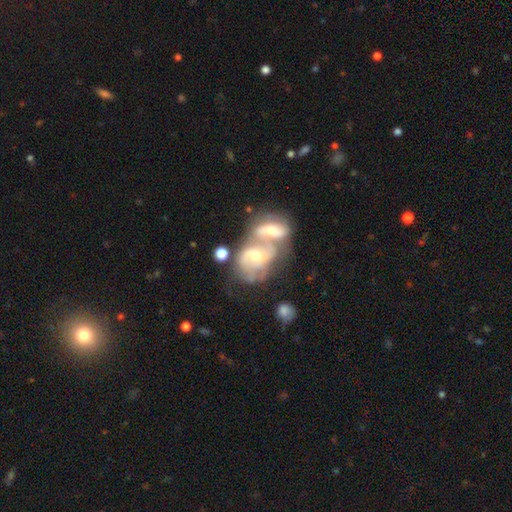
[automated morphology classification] Overall: featured or disk (69%). Edge-on disk: no (96%). Bar: no (49%; weak 38%). Spiral arms: yes (81%). Spiral arm count: 2 (65%). Spiral winding: medium (49%; loose 26%). Bulge size: moderate (64%; small 28%). Merging: merger (69%).